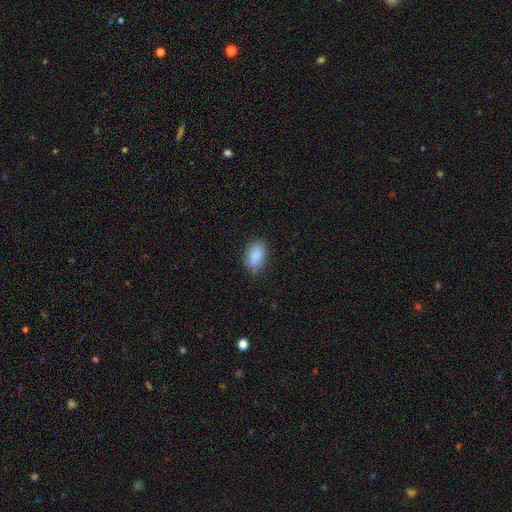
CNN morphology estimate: A smooth galaxy with no disk features (88%) that is in between round and cigar-shaped (88%). Merging: none (78%).